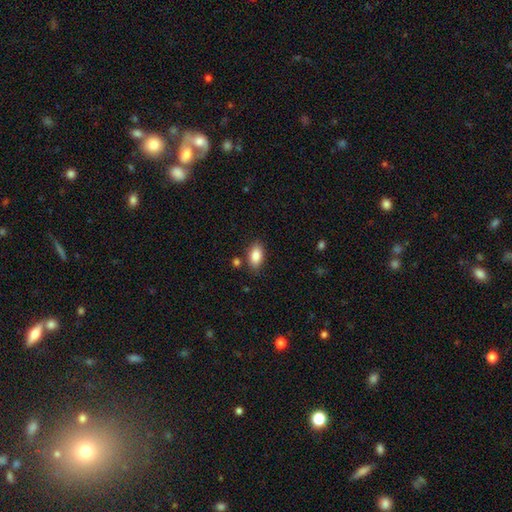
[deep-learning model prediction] This appears to be a smooth galaxy with no disk features (87%) that is in between round and cigar-shaped (91%). Merging: none (82%).